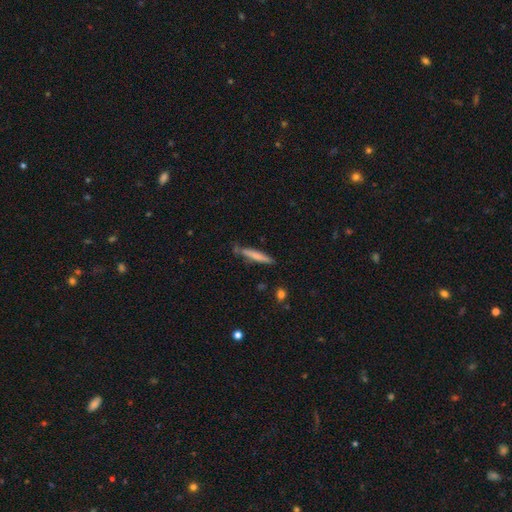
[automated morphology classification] This is likely a smooth galaxy (71%). How rounded: clearly cigar-shaped (93%). Merging: likely none (76%).